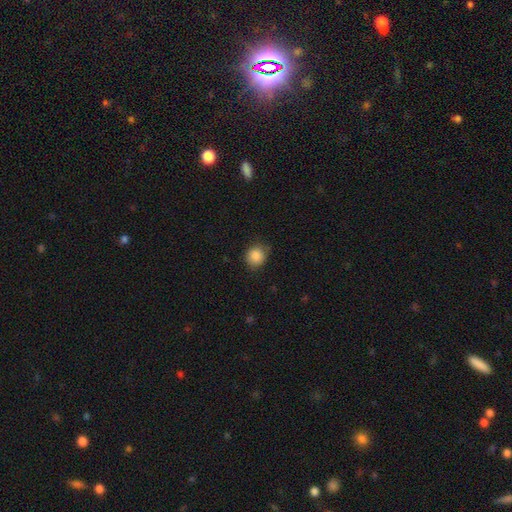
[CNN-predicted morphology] type=smooth (87%); roundness=round (80%); merging=none (77%).